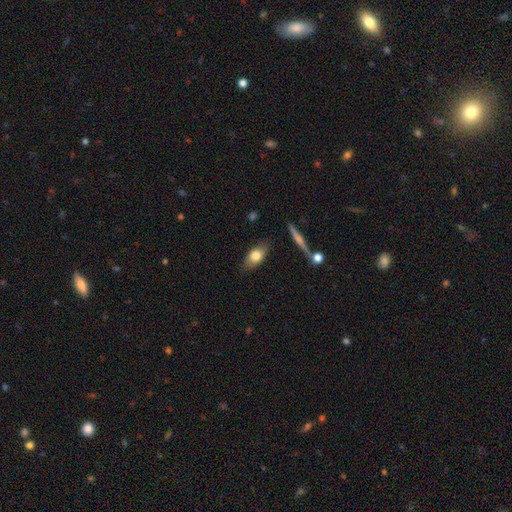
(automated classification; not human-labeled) A smooth galaxy with no disk features (72%) that is in between round and cigar-shaped (83%).

Vote fractions:
- Smooth or featured? smooth: 72% / featured or disk: 20% / star or artifact: 7%
- How rounded? in between: 83% / cigar-shaped: 10% / round: 7%
- Merging? none: 82% / minor disturbance: 13% / major disturbance: 3% / merger: 2%